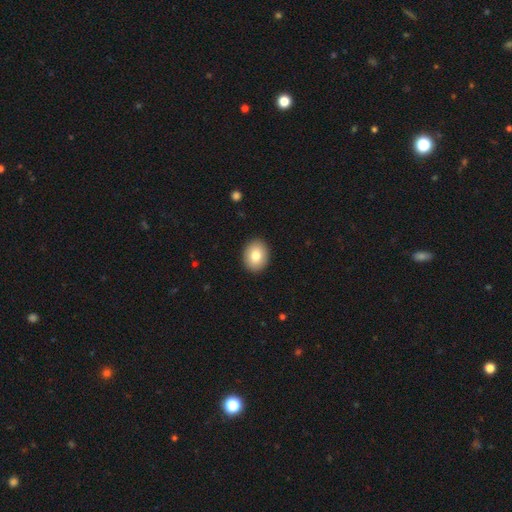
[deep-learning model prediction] This is clearly a smooth galaxy (82%). How rounded: possibly in between (56%). Merging: clearly none (91%).